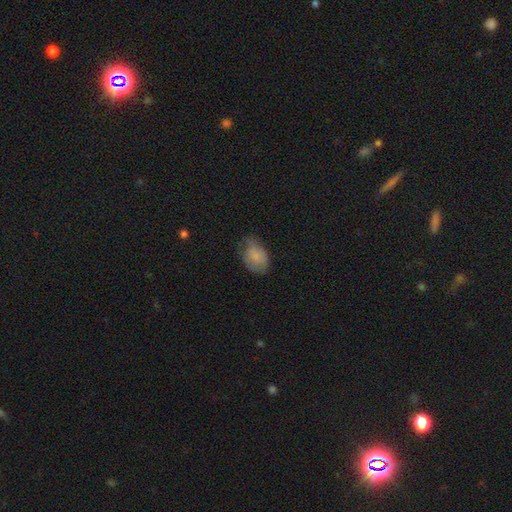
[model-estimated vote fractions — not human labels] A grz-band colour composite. It shows a smooth galaxy with no disk features (76%) that is in between round and cigar-shaped (80%). Merging: none (49%).